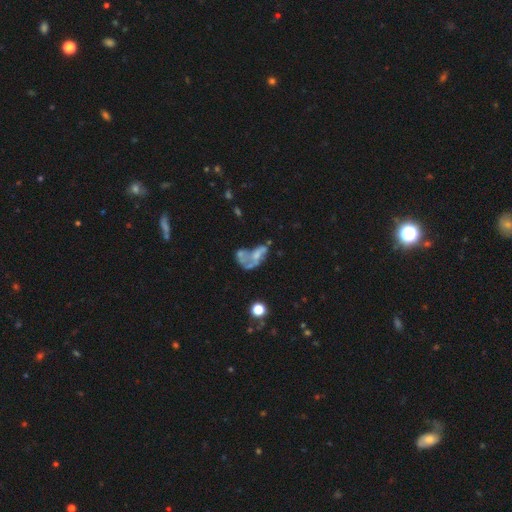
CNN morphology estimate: A featured or disk galaxy (55%) with no bar (88%), no spiral arms (85%) and no central bulge (58%).

Vote fractions:
- Smooth or featured? featured or disk: 55% / smooth: 30% / star or artifact: 15%
- Edge-on disk? no: 97% / yes: 3%
- Bar? no: 88% / weak: 9% / strong: 3%
- Spiral arms? no: 85% / yes: 15%
- Bulge size? none: 58% / small: 19% / moderate: 18% / large: 4% / dominant: 2%
- Merging? merger: 38% / major disturbance: 31% / none: 19% / minor disturbance: 12%